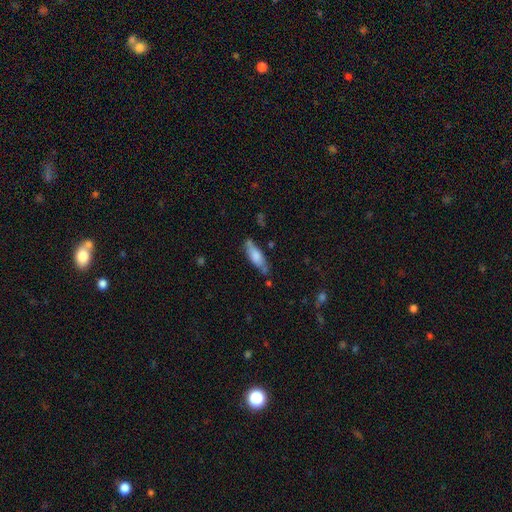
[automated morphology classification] smooth_or_featured: smooth (p=0.71) [alt: featured or disk p=0.23]
how_rounded: in between (p=0.50) [alt: cigar-shaped p=0.48]
merging: none (p=0.67) [alt: minor disturbance p=0.22]